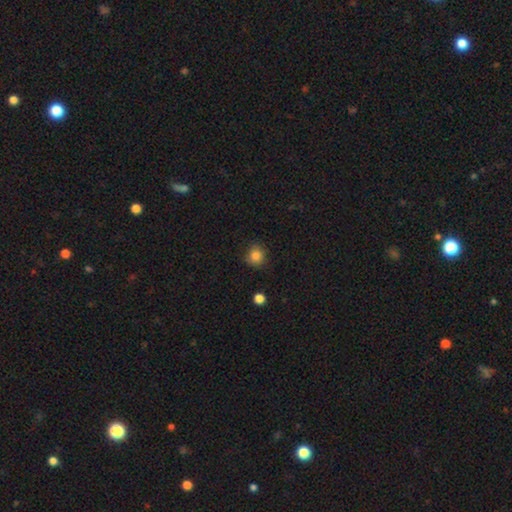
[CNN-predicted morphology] Q: Smooth or featured?
A: smooth (84%); runner-up: star or artifact (11%)
Q: How rounded?
A: round (86%); runner-up: in between (13%)
Q: Merging?
A: none (83%); runner-up: minor disturbance (13%)